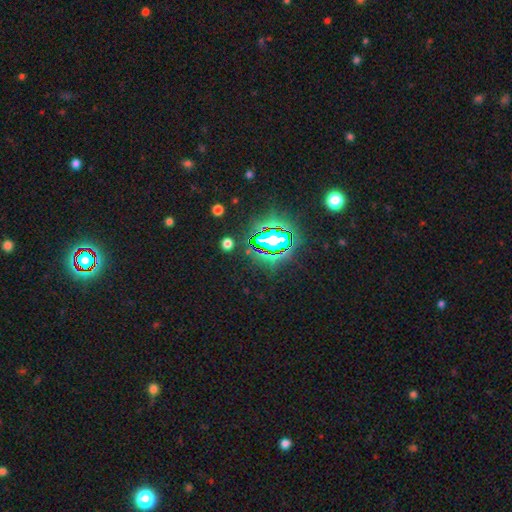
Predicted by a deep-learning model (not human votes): smooth-or-featured: star or artifact: 83% | smooth: 10% | featured or disk: 7%